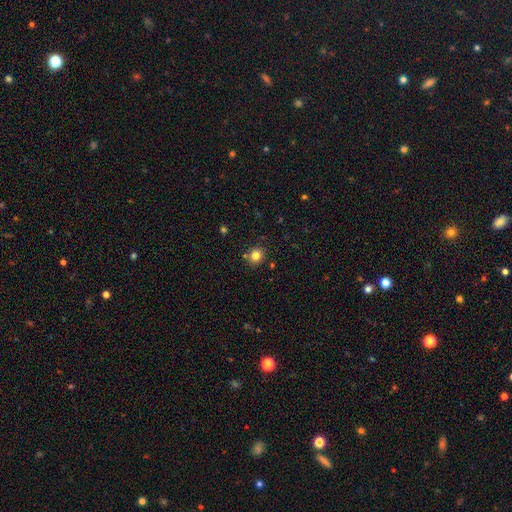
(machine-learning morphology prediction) smooth-or-featured: smooth: 80% | star or artifact: 13% | featured or disk: 7%
  how-rounded: round: 85% | in between: 15% | cigar-shaped: 1%
  merging: none: 83% | minor disturbance: 9% | merger: 5% | major disturbance: 2%